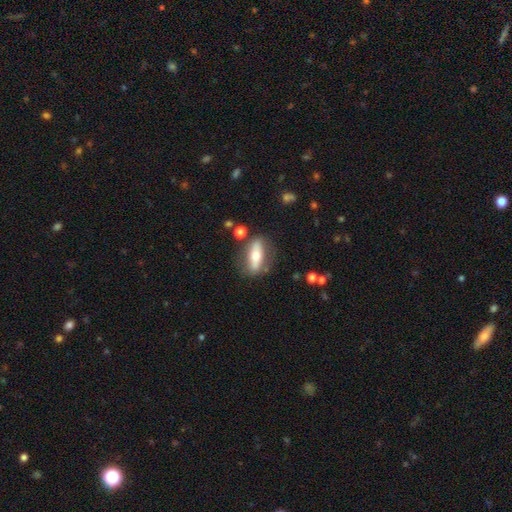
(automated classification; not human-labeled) The model was most divided on "smooth or featured": smooth: 53%, featured or disk: 41%, star or artifact: 6%. More confident: merging — none (76%); how rounded — in between (61%).